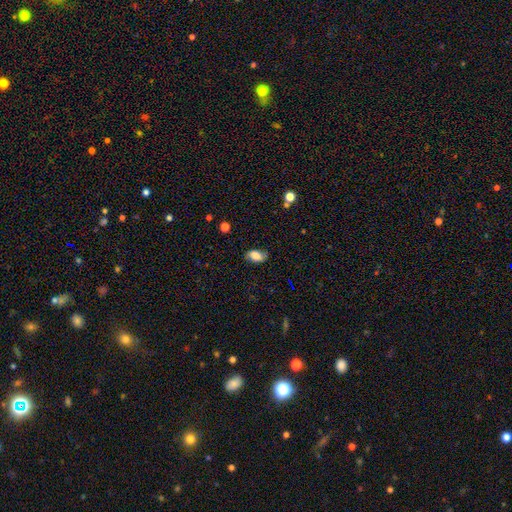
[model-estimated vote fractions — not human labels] A smooth galaxy with no disk features (76%) that is in between round and cigar-shaped (90%).

Vote fractions:
- Smooth or featured? smooth: 76% / featured or disk: 15% / star or artifact: 9%
- How rounded? in between: 90% / round: 8% / cigar-shaped: 2%
- Merging? none: 76% / minor disturbance: 19% / major disturbance: 4% / merger: 1%